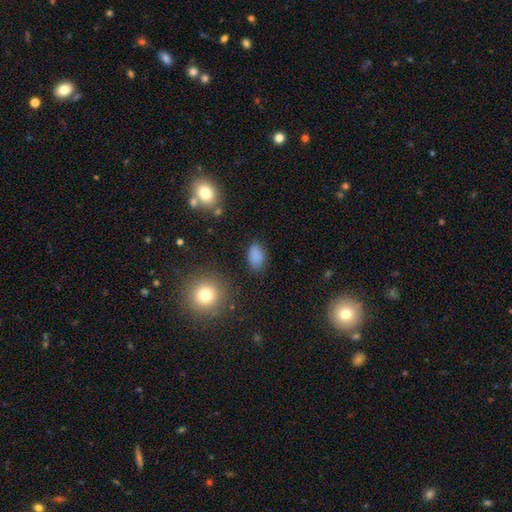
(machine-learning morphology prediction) Smooth or featured? smooth (86%)
How rounded? in between (91%)
Merging? none (82%)